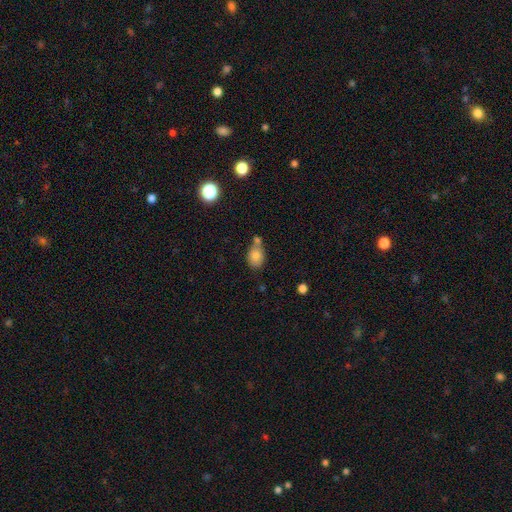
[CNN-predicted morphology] smooth-or-featured: smooth: 79% | featured or disk: 12% | star or artifact: 9%
  how-rounded: in between: 69% | round: 30% | cigar-shaped: 1%
  merging: none: 44% | merger: 35% | minor disturbance: 16% | major disturbance: 5%